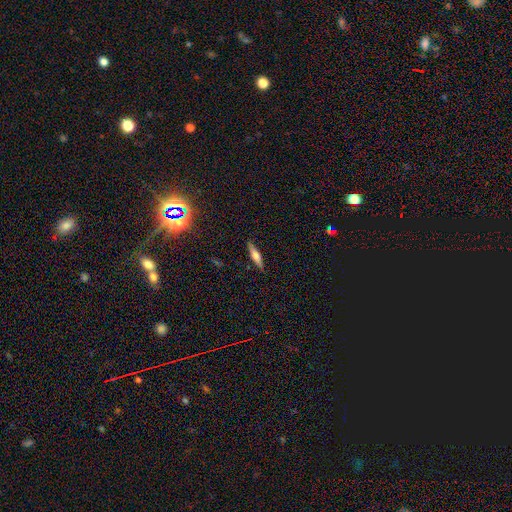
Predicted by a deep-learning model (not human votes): Smooth or featured?
  - featured or disk: 49% *
  - smooth: 43%
  - star or artifact: 8%
Merging?
  - none: 89% *
  - minor disturbance: 8%
  - major disturbance: 2%
  - merger: 1%